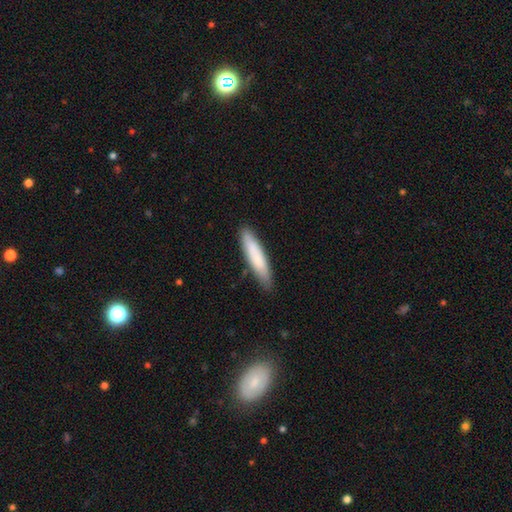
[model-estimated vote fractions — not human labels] Q: Smooth or featured?
A: smooth (77%); runner-up: featured or disk (18%)
Q: How rounded?
A: cigar-shaped (83%); runner-up: in between (15%)
Q: Merging?
A: none (84%); runner-up: minor disturbance (12%)